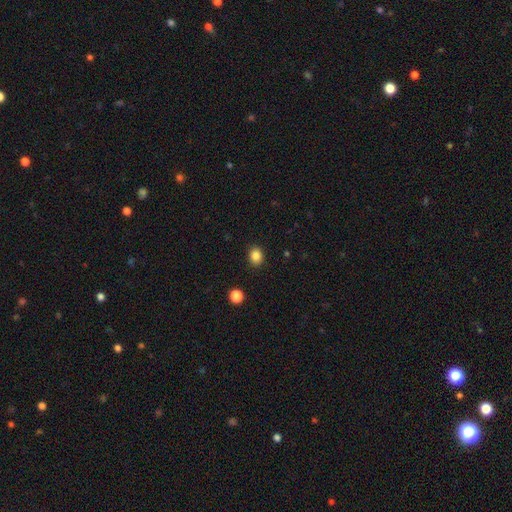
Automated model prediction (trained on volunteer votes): Smooth or featured: smooth — 85% (star or artifact — 11%)
How rounded: round — 59% (in between — 41%)
Merging: none — 89% (minor disturbance — 8%)